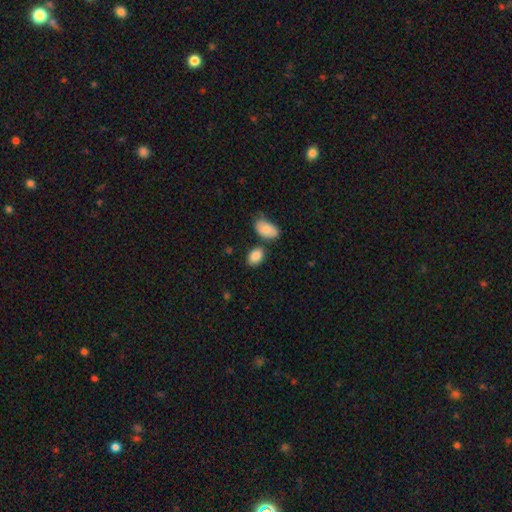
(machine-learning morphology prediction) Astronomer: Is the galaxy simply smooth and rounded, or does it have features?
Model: smooth — 85%.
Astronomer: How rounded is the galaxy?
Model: in between — 83%.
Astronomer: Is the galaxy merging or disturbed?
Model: none — 69%.